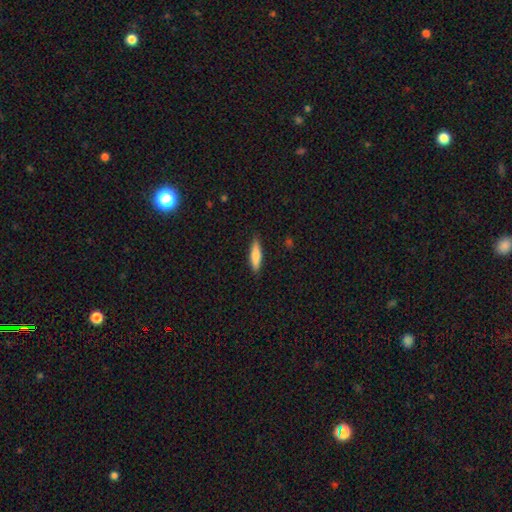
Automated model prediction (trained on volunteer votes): Smooth or featured? Predicted: smooth (p=0.75). How rounded? Predicted: cigar-shaped (p=0.72). Merging? Predicted: none (p=0.88).